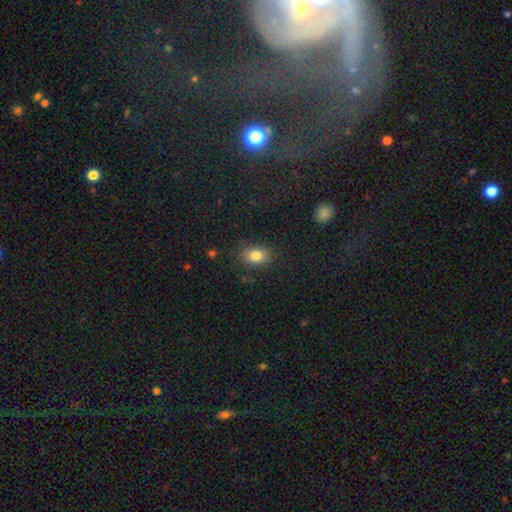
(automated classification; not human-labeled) A smooth galaxy with no disk features (82%) that is in between round and cigar-shaped (77%). Merging: none (82%).